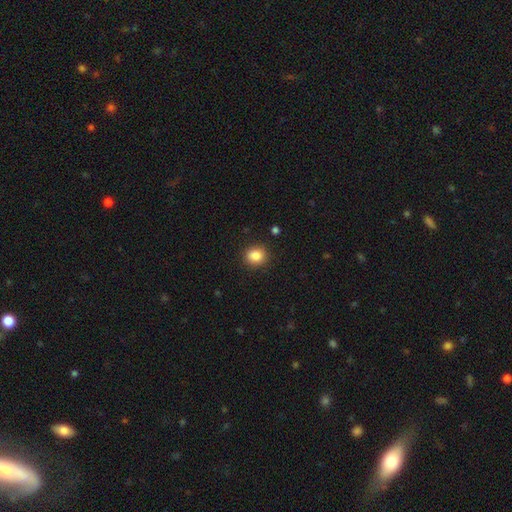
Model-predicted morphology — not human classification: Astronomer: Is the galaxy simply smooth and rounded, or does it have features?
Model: smooth — 86%.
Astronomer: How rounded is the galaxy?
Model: round — 73%.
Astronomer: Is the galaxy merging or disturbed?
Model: none — 88%.